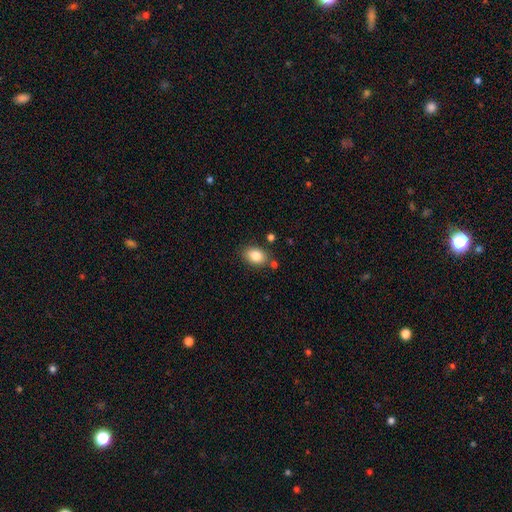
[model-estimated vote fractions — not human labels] smooth_or_featured: smooth (p=0.85) [alt: star or artifact p=0.08]
how_rounded: in between (p=0.79) [alt: round p=0.20]
merging: none (p=0.80) [alt: minor disturbance p=0.12]